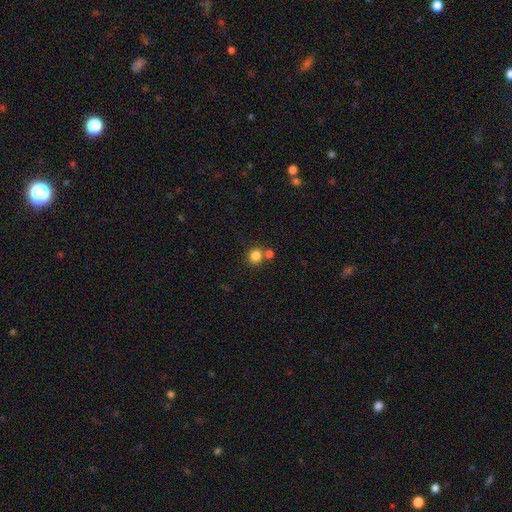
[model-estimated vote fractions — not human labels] Morphology: type=smooth (83%); roundness=round (86%); merging=none (67%).